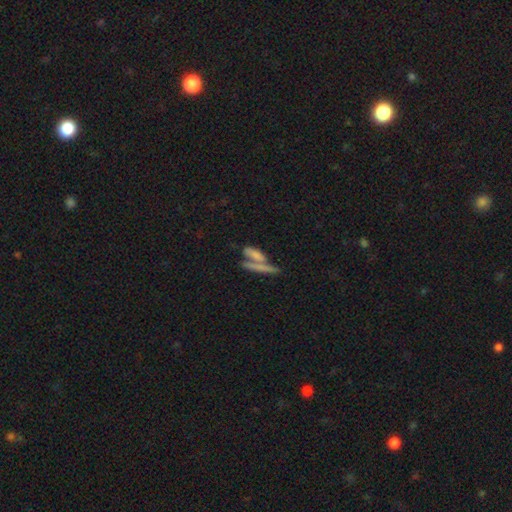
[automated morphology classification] Smooth or featured: smooth — 55% (featured or disk — 31%)
How rounded: cigar-shaped — 64% (in between — 30%)
Merging: merger — 48% (none — 36%)